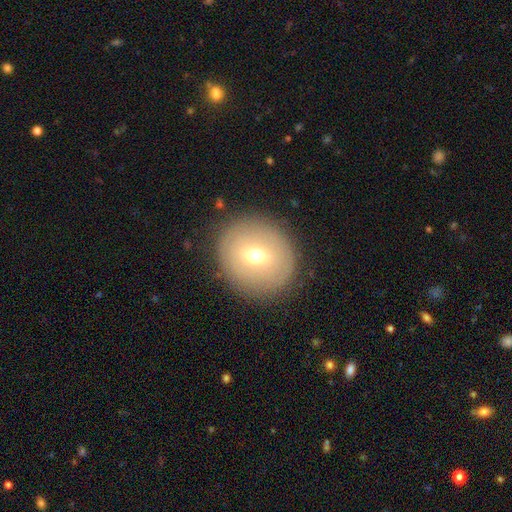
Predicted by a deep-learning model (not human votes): smooth-or-featured: smooth: 53% | featured or disk: 36% | star or artifact: 10%
  how-rounded: round: 85% | in between: 14% | cigar-shaped: 1%
  merging: none: 86% | minor disturbance: 9% | major disturbance: 4% | merger: 1%